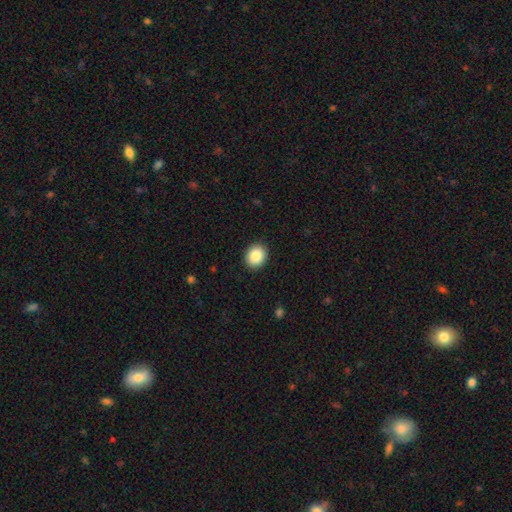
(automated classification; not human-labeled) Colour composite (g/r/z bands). It shows a smooth galaxy with no disk features (87%) that is round (59%). Merging: none (91%).